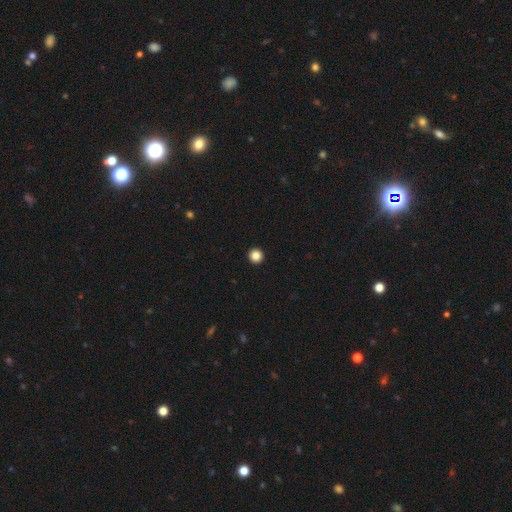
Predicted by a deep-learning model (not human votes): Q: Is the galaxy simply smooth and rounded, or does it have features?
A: smooth — 86%.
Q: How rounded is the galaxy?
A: round — 97%.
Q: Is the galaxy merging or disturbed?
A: none — 95%.